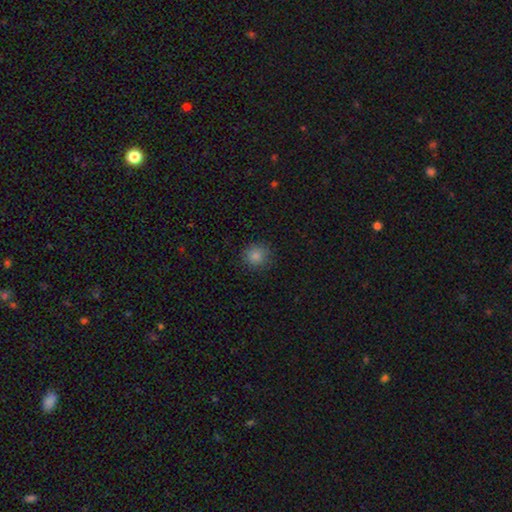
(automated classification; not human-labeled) A smooth galaxy with no disk features (81%) that is round (91%).

Vote fractions:
- Smooth or featured? smooth: 81% / star or artifact: 14% / featured or disk: 5%
- How rounded? round: 91% / in between: 8% / cigar-shaped: 1%
- Merging? none: 90% / minor disturbance: 7% / major disturbance: 2% / merger: 1%